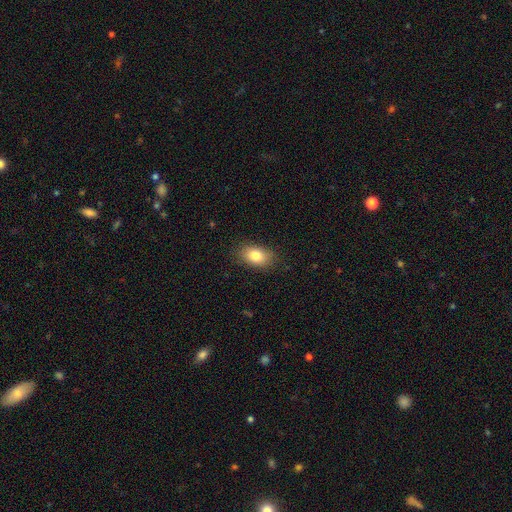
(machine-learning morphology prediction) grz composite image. It shows a smooth galaxy with no disk features (82%) that is in between round and cigar-shaped (86%). Merging: none (85%).